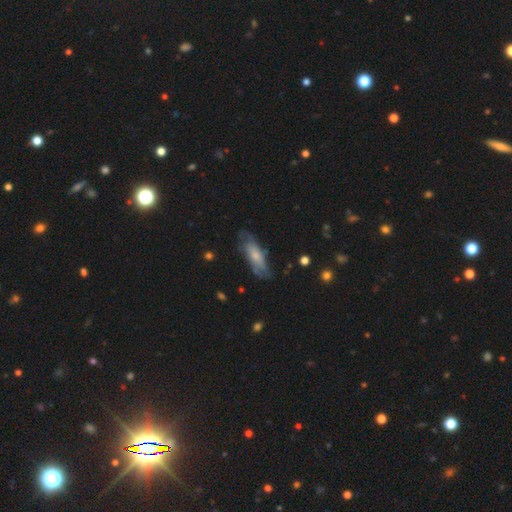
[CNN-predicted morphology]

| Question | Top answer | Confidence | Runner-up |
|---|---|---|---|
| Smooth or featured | smooth | 52% | featured or disk (41%) |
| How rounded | in between | 61% | cigar-shaped (37%) |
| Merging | none | 62% | minor disturbance (26%) |